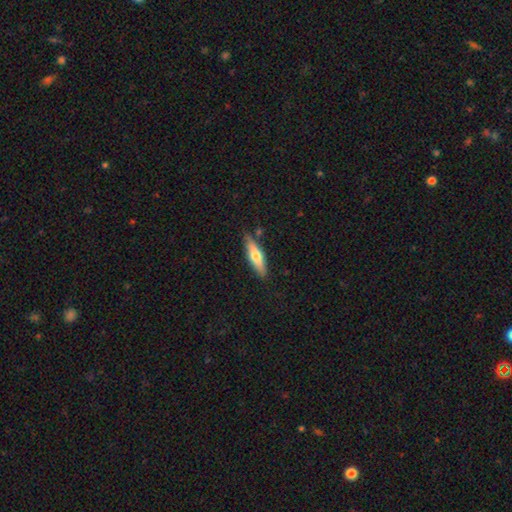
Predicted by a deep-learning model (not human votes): This is possibly a smooth galaxy (57%). How rounded: likely cigar-shaped (67%). Merging: clearly none (83%).